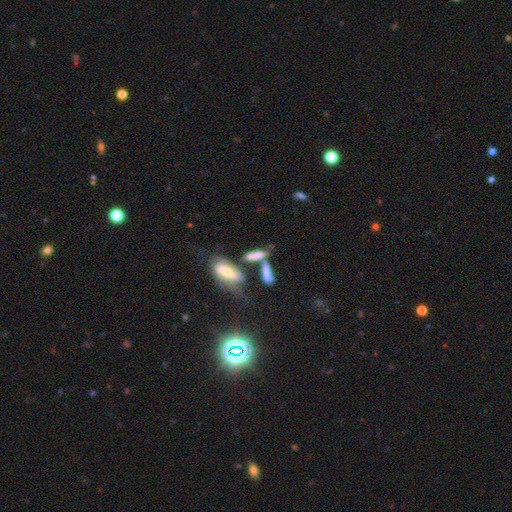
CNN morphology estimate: Smooth or featured? Predicted: smooth (p=0.57). How rounded? Predicted: in between (p=0.49). Merging? Predicted: merger (p=0.47).